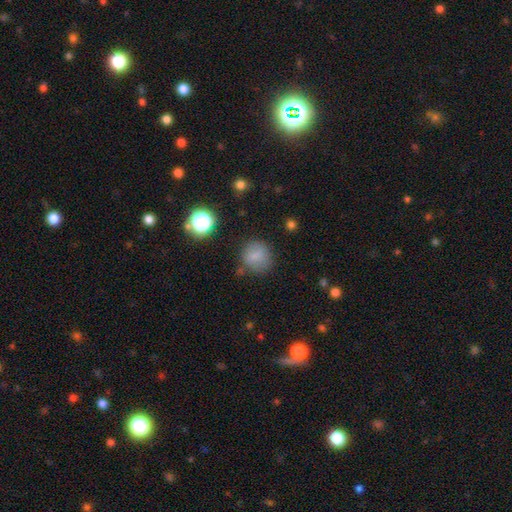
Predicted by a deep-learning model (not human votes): Overall: smooth (76%). How rounded: round (83%). Merging: none (73%).